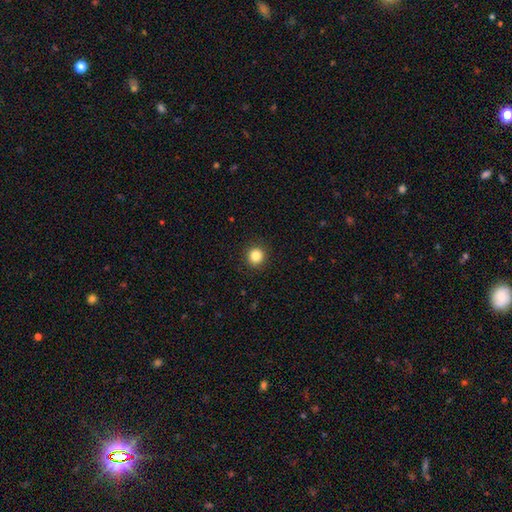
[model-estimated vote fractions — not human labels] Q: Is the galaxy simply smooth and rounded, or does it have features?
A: smooth — 85%.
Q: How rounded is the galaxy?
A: round — 94%.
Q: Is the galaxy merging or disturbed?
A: none — 92%.